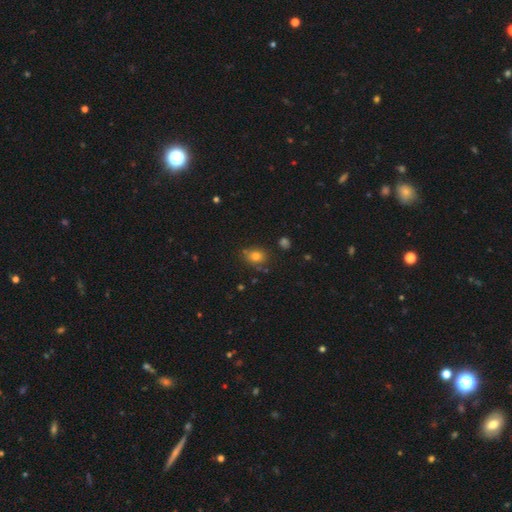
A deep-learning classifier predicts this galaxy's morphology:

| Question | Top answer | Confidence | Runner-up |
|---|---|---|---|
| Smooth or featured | smooth | 77% | star or artifact (13%) |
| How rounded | in between | 56% | round (43%) |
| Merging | none | 71% | minor disturbance (20%) |